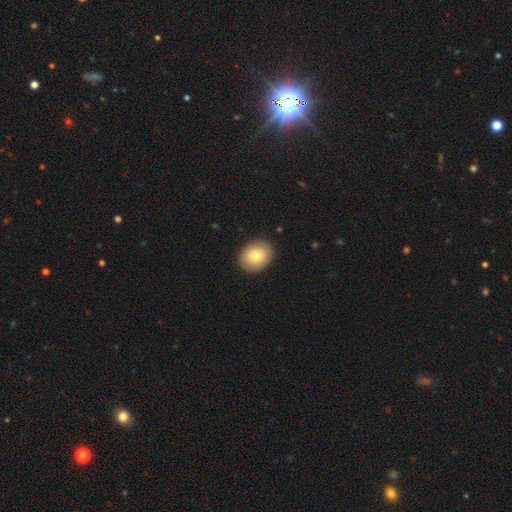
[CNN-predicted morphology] Q: Smooth or featured?
A: smooth (76%); runner-up: featured or disk (17%)
Q: How rounded?
A: in between (54%); runner-up: round (46%)
Q: Merging?
A: none (88%); runner-up: minor disturbance (9%)